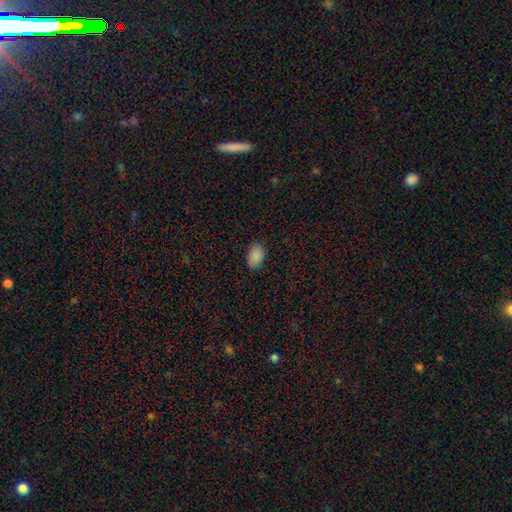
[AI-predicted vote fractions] Smooth or featured: smooth — 88% (star or artifact — 8%)
How rounded: in between — 88% (round — 11%)
Merging: none — 85% (minor disturbance — 12%)